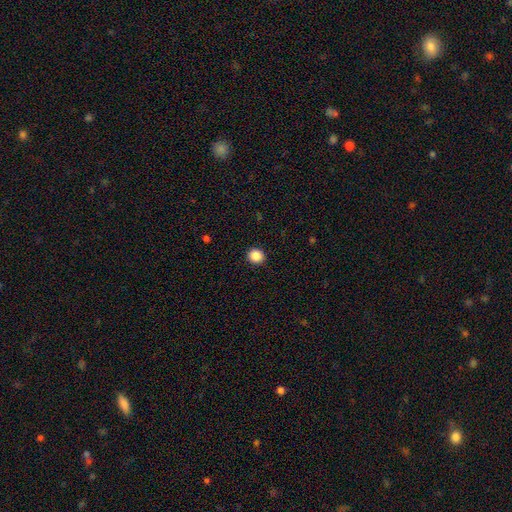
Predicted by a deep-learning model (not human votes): A smooth galaxy with no disk features (87%) that is round (88%).

Vote fractions:
- Smooth or featured? smooth: 87% / star or artifact: 10% / featured or disk: 3%
- How rounded? round: 88% / in between: 11% / cigar-shaped: 1%
- Merging? none: 92% / minor disturbance: 5% / major disturbance: 2% / merger: 1%